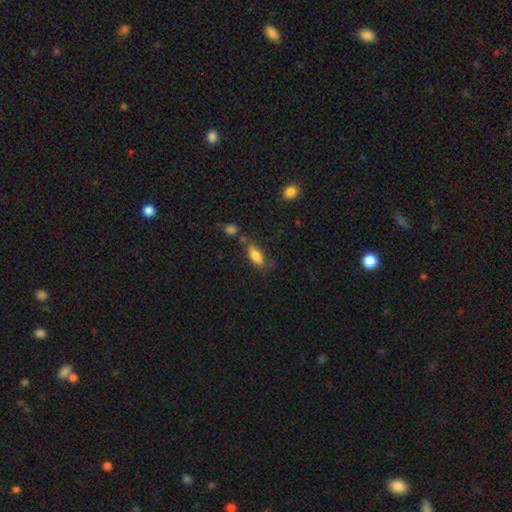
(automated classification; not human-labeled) A smooth galaxy with no disk features (76%) that is in between round and cigar-shaped (73%).

Vote fractions:
- Smooth or featured? smooth: 76% / featured or disk: 16% / star or artifact: 8%
- How rounded? in between: 73% / cigar-shaped: 24% / round: 3%
- Merging? none: 53% / minor disturbance: 25% / major disturbance: 11% / merger: 11%